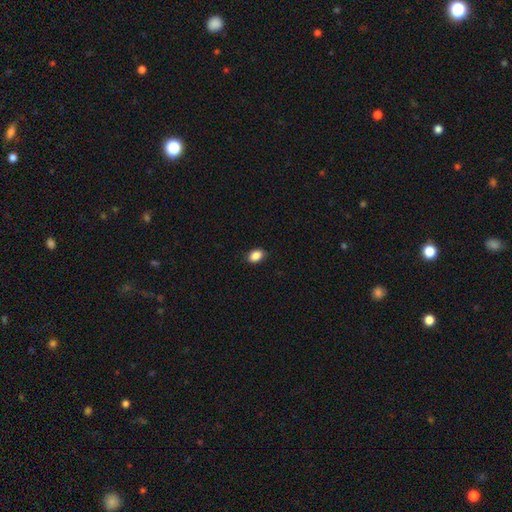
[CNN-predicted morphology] smooth 88%, star or artifact 8%, featured or disk 4%. Down the decision tree: how rounded — in between (81%); merging — none (89%).